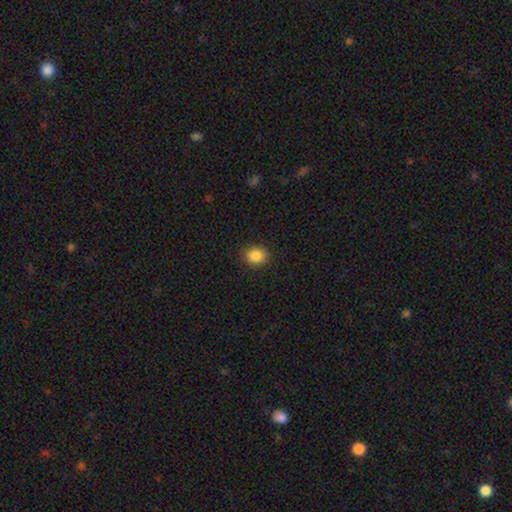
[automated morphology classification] smooth_or_featured: smooth (p=0.87) [alt: star or artifact p=0.09]
how_rounded: round (p=0.55) [alt: in between p=0.44]
merging: none (p=0.89) [alt: minor disturbance p=0.08]